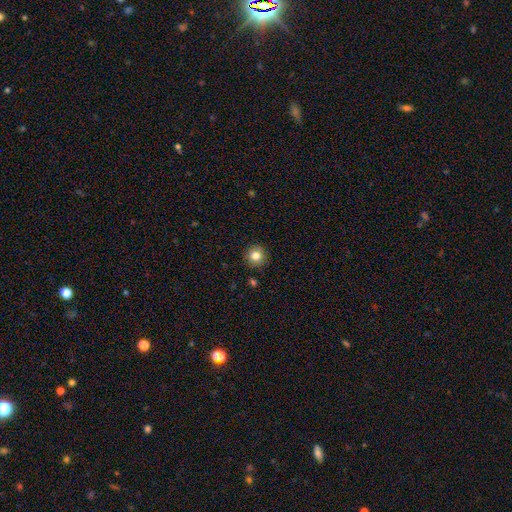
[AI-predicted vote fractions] This appears to be a smooth galaxy with no disk features (81%) that is round (93%). Merging: none (90%).